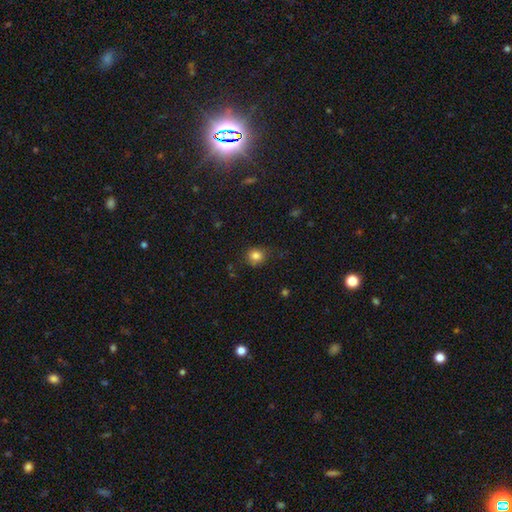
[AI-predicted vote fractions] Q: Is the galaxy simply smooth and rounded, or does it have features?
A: smooth — 83%.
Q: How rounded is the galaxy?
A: round — 81%.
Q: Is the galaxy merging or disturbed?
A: none — 79%.